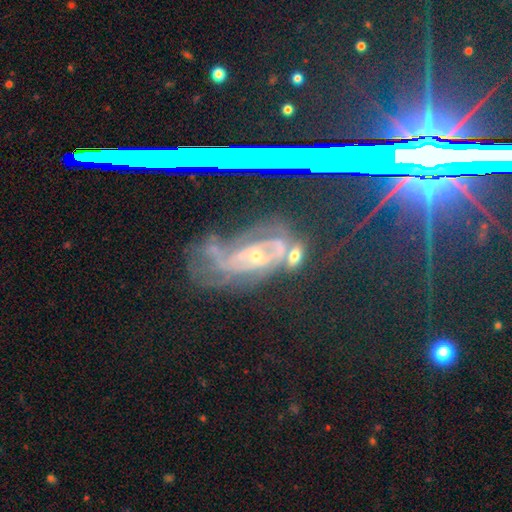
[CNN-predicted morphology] Q: Smooth or featured?
A: featured or disk (57%); runner-up: star or artifact (29%)
Q: Edge-on disk?
A: no (89%); runner-up: yes (11%)
Q: Bar?
A: no (63%); runner-up: weak (26%)
Q: Spiral arms?
A: yes (85%); runner-up: no (15%)
Q: Bulge size?
A: small (59%); runner-up: moderate (35%)
Q: Merging?
A: none (61%); runner-up: minor disturbance (19%)